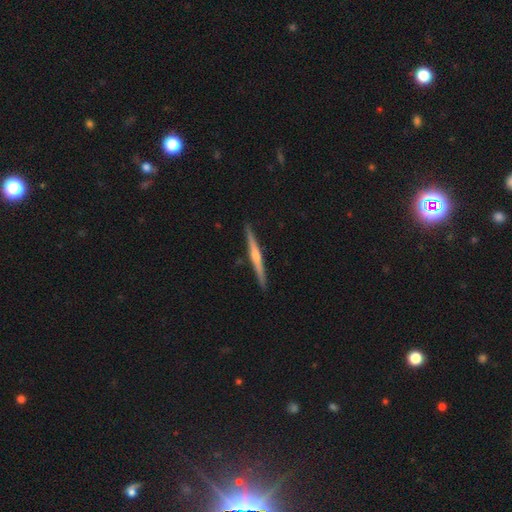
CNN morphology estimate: Overall: featured or disk (68%). Edge-on disk: yes (98%). Edge-on bulge: rounded (70%). Merging: none (91%).